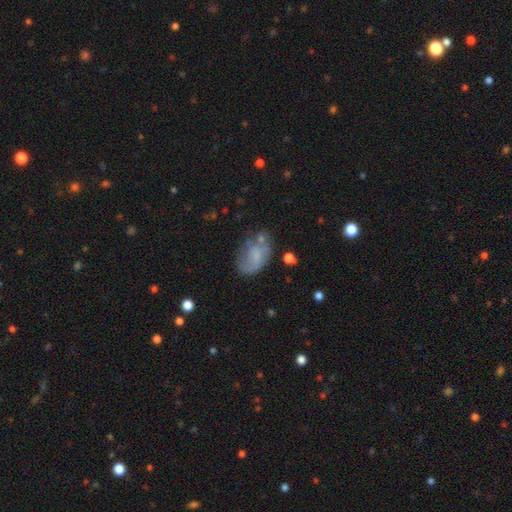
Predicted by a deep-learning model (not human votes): Q: Smooth or featured?
A: smooth (51%); runner-up: featured or disk (39%)
Q: How rounded?
A: in between (86%); runner-up: round (12%)
Q: Merging?
A: none (45%); runner-up: minor disturbance (28%)